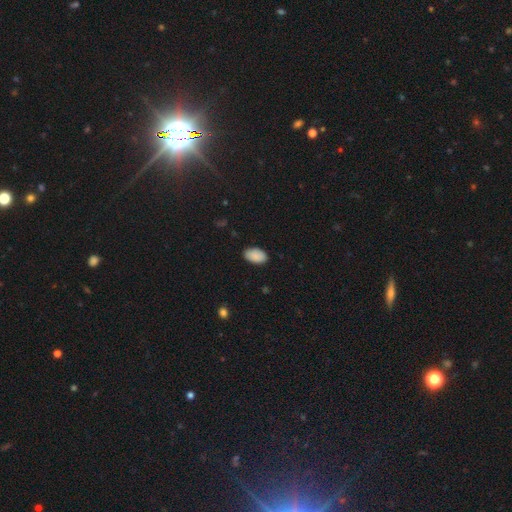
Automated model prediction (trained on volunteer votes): Overall: smooth (90%). How rounded: in between (94%). Merging: none (87%).